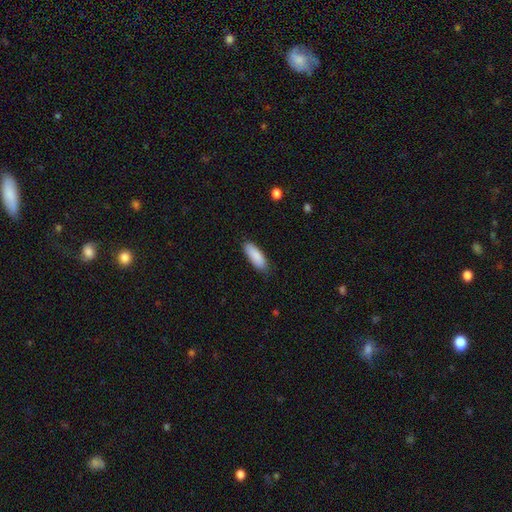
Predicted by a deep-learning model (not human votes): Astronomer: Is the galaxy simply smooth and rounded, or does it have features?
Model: smooth — 89%.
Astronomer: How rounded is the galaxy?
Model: in between — 64%.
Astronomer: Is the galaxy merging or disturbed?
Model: none — 85%.